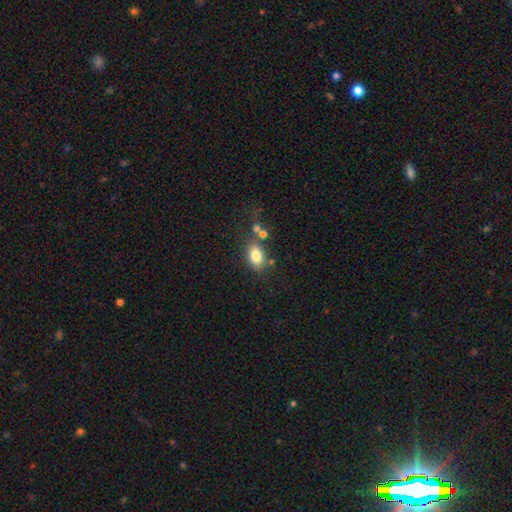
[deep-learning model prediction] The model was most divided on "merging": none: 64%, merger: 16%, minor disturbance: 14%, major disturbance: 6%. More confident: how rounded — in between (82%); smooth or featured — smooth (81%).